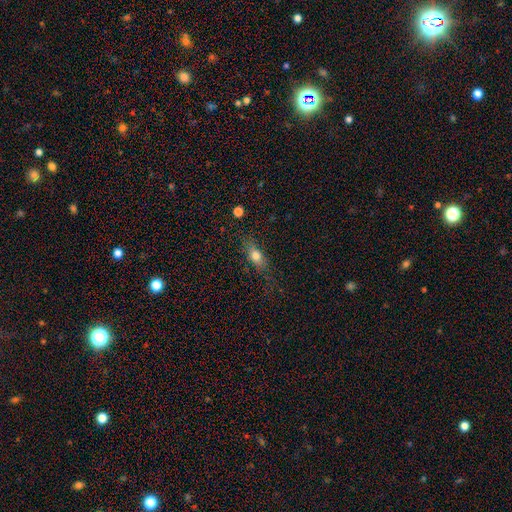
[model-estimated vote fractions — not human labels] A smooth galaxy with no disk features (72%) that is in between round and cigar-shaped (68%).

Vote fractions:
- Smooth or featured? smooth: 72% / featured or disk: 18% / star or artifact: 10%
- How rounded? in between: 68% / cigar-shaped: 21% / round: 10%
- Merging? none: 72% / minor disturbance: 19% / major disturbance: 7% / merger: 2%